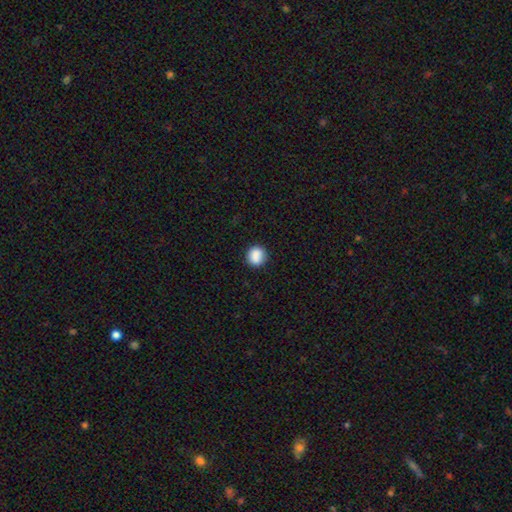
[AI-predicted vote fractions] Q: Smooth or featured?
A: smooth (87%); runner-up: star or artifact (8%)
Q: How rounded?
A: round (85%); runner-up: in between (14%)
Q: Merging?
A: none (87%); runner-up: minor disturbance (9%)